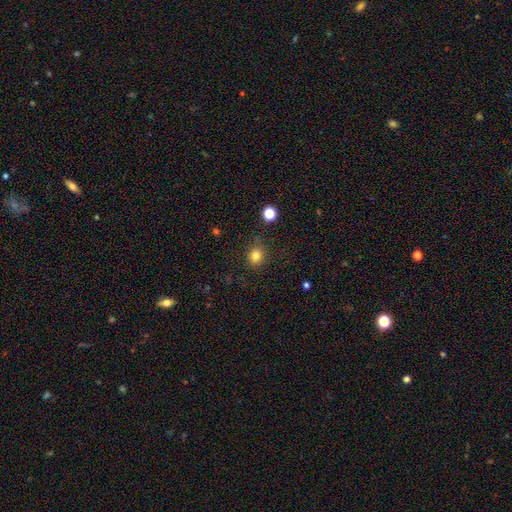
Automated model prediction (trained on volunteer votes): Q: Smooth or featured?
A: smooth (81%); runner-up: star or artifact (13%)
Q: How rounded?
A: round (77%); runner-up: in between (22%)
Q: Merging?
A: none (82%); runner-up: minor disturbance (13%)